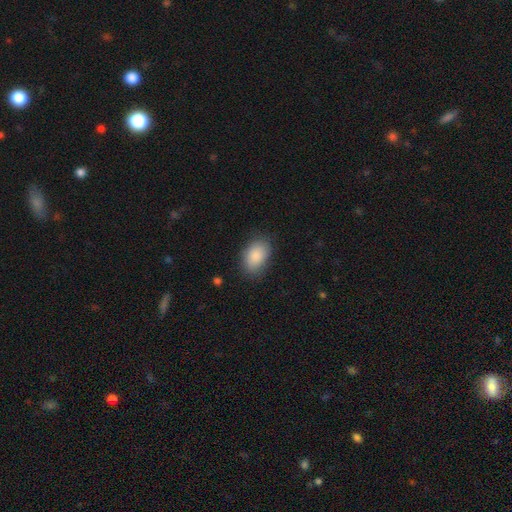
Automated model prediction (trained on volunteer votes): smooth-or-featured: smooth: 88% | star or artifact: 7% | featured or disk: 5%
  how-rounded: in between: 88% | round: 10% | cigar-shaped: 1%
  merging: none: 80% | minor disturbance: 15% | major disturbance: 4% | merger: 1%